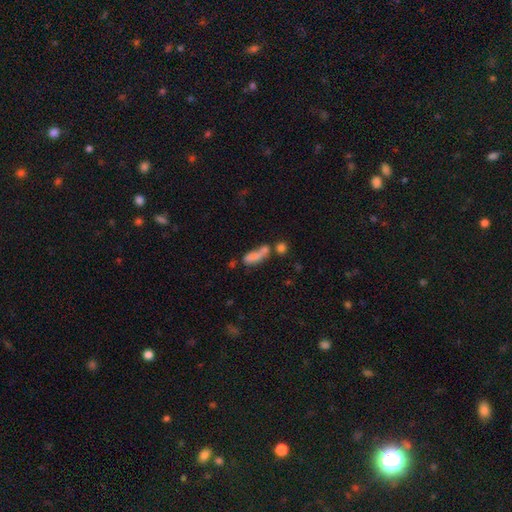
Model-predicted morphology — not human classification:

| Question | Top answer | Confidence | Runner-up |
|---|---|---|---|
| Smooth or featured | smooth | 68% | featured or disk (20%) |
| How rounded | in between | 59% | cigar-shaped (35%) |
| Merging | merger | 41% | none (26%) |